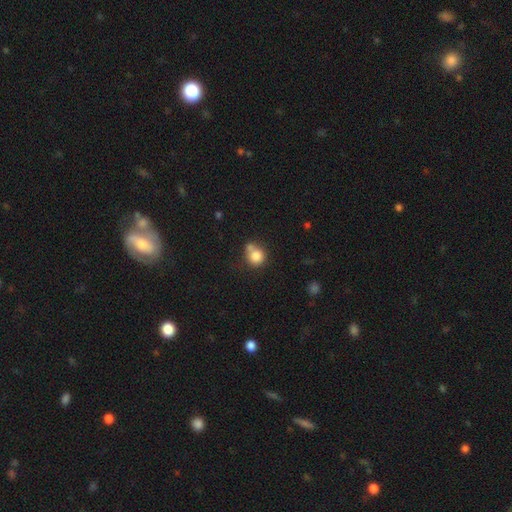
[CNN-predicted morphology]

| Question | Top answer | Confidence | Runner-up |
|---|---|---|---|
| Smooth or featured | smooth | 82% | star or artifact (10%) |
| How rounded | round | 85% | in between (14%) |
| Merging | none | 49% | merger (31%) |